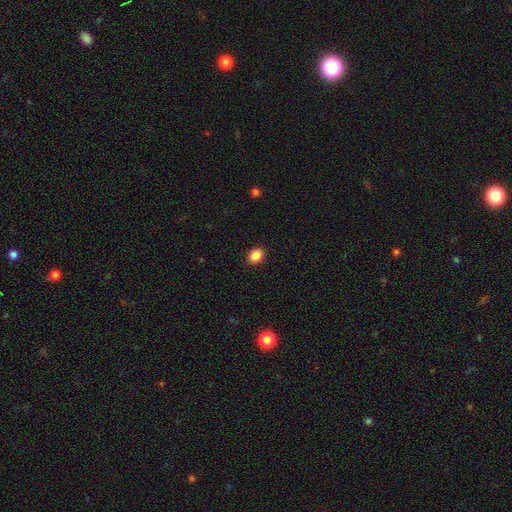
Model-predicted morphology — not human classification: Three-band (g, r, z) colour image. It shows a smooth galaxy with no disk features (87%) that is in between round and cigar-shaped (68%). Merging: none (90%).